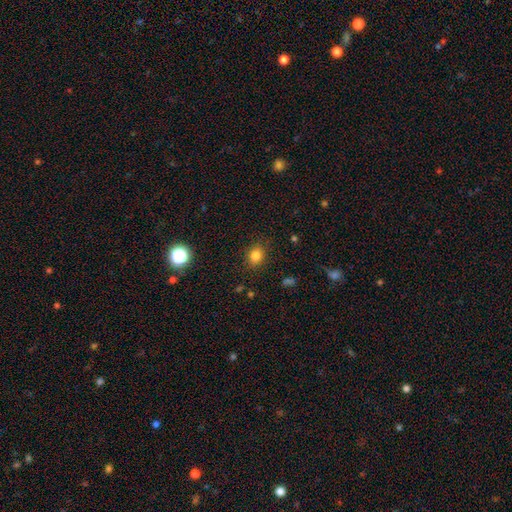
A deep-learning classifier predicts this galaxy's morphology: Smooth or featured? smooth (81%)
How rounded? round (61%)
Merging? none (85%)